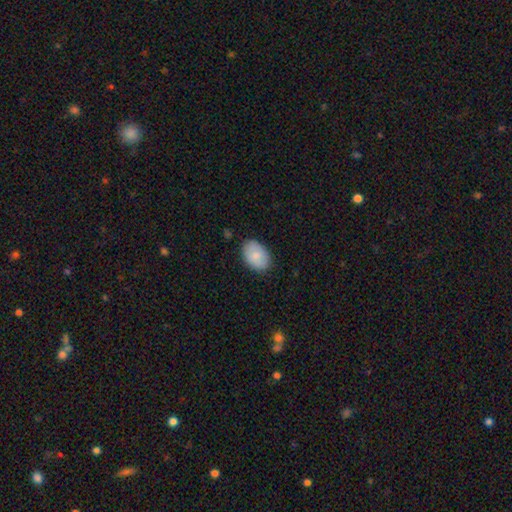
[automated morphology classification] smooth_or_featured: smooth (p=0.82) [alt: featured or disk p=0.12]
how_rounded: in between (p=0.84) [alt: round p=0.15]
merging: none (p=0.84) [alt: minor disturbance p=0.12]